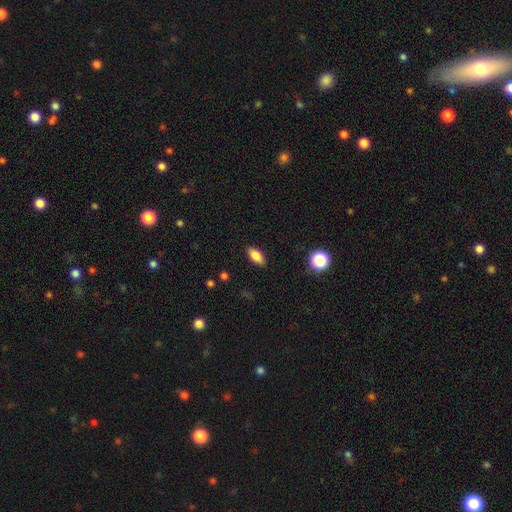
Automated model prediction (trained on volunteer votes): Smooth or featured? Predicted: smooth (p=0.85). How rounded? Predicted: in between (p=0.88). Merging? Predicted: none (p=0.88).